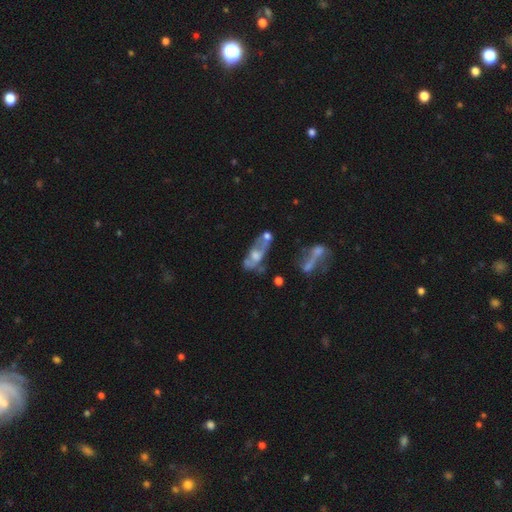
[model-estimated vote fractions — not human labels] A featured or disk galaxy (60%) with no bar (79%), no spiral arms (69%) and a moderate central bulge (49%).

Vote fractions:
- Smooth or featured? featured or disk: 60% / smooth: 29% / star or artifact: 11%
- Edge-on disk? no: 84% / yes: 16%
- Bar? no: 79% / weak: 16% / strong: 5%
- Spiral arms? no: 69% / yes: 31%
- Bulge size? moderate: 49% / small: 22% / none: 15% / large: 13% / dominant: 2%
- Merging? none: 34% / merger: 27% / major disturbance: 21% / minor disturbance: 18%